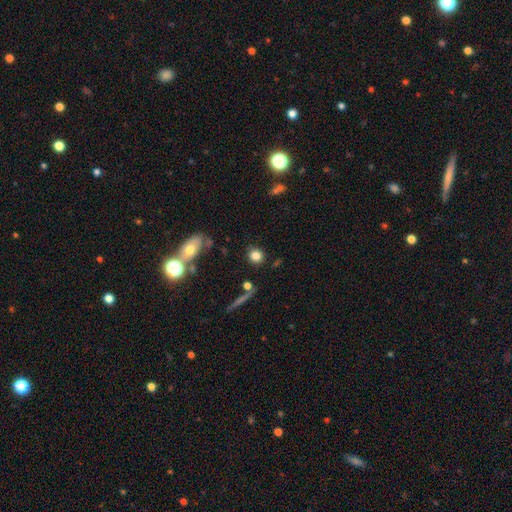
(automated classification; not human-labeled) smooth 81%, star or artifact 11%, featured or disk 8%. Down the decision tree: how rounded — round (81%); merging — none (84%).